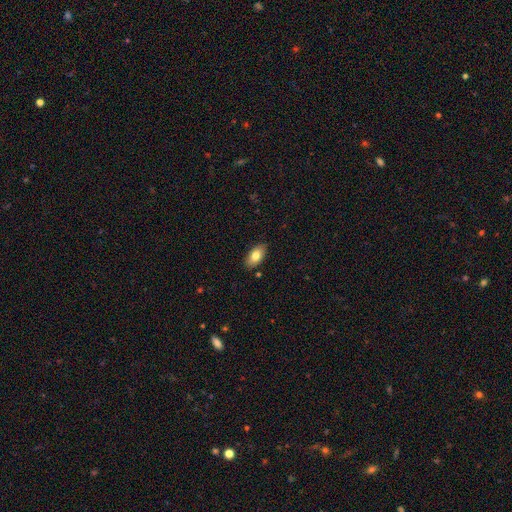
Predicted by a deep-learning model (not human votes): A smooth galaxy with no disk features (79%) that is in between round and cigar-shaped (92%). Merging: none (86%).